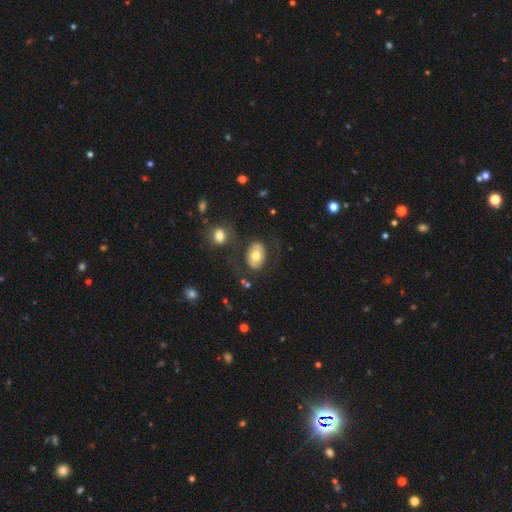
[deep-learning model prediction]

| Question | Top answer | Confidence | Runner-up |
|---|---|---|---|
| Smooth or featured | smooth | 62% | featured or disk (31%) |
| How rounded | in between | 80% | round (19%) |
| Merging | none | 74% | minor disturbance (12%) |